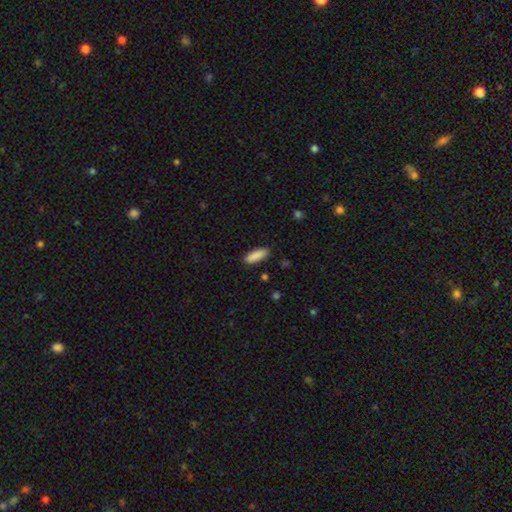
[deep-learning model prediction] This is clearly a smooth galaxy (89%). How rounded: possibly in between (58%). Merging: clearly none (87%).